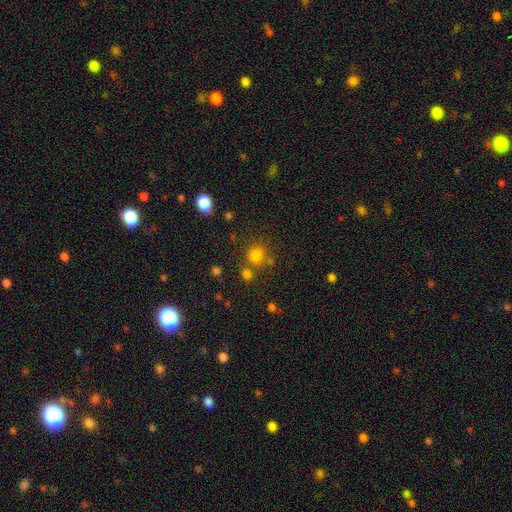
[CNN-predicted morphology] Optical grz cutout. It shows a smooth galaxy with no disk features (76%) that is round (77%). Merging: none (66%).